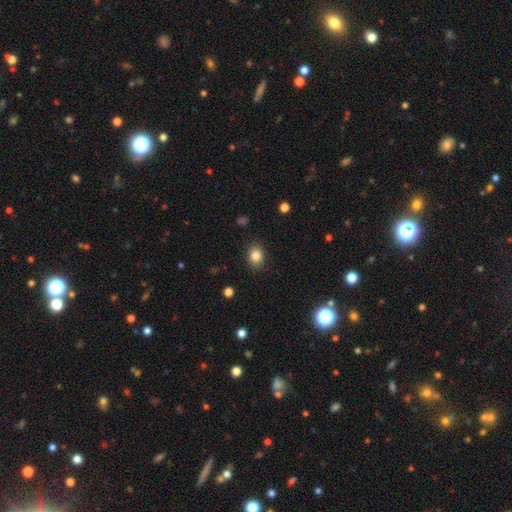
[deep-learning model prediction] Smooth or featured? smooth (84%)
How rounded? in between (55%)
Merging? none (87%)